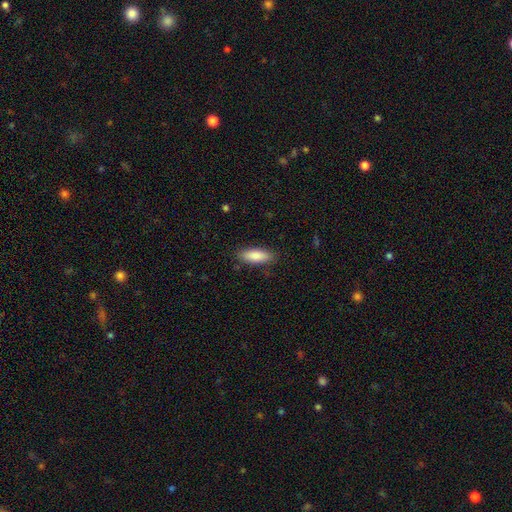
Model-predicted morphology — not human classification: Smooth or featured? Predicted: smooth (p=0.86). How rounded? Predicted: in between (p=0.66). Merging? Predicted: none (p=0.86).